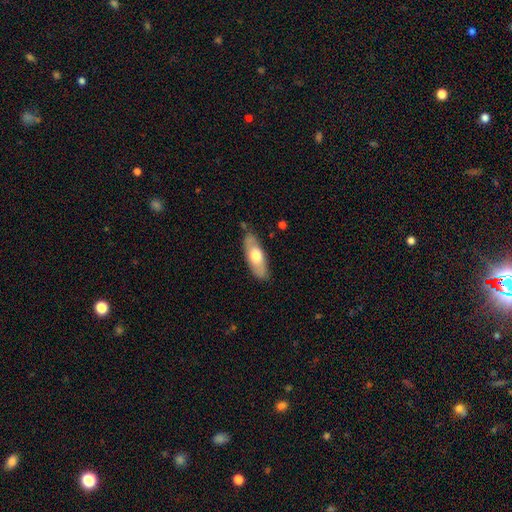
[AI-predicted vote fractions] Smooth or featured? Predicted: smooth (p=0.60). How rounded? Predicted: in between (p=0.68). Merging? Predicted: none (p=0.82).